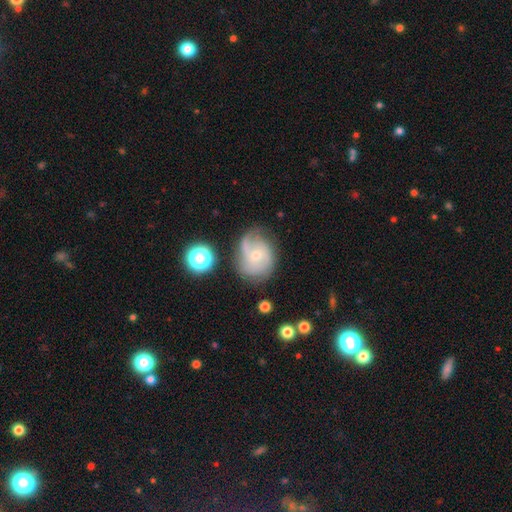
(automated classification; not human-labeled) featured or disk 65%, smooth 25%, star or artifact 10%. Down the decision tree: edge-on disk — no (97%); bar — no (71%); spiral arms — yes (87%); spiral arm count — 2 (35%); spiral winding — medium (41%); bulge size — small (64%); merging — none (49%).